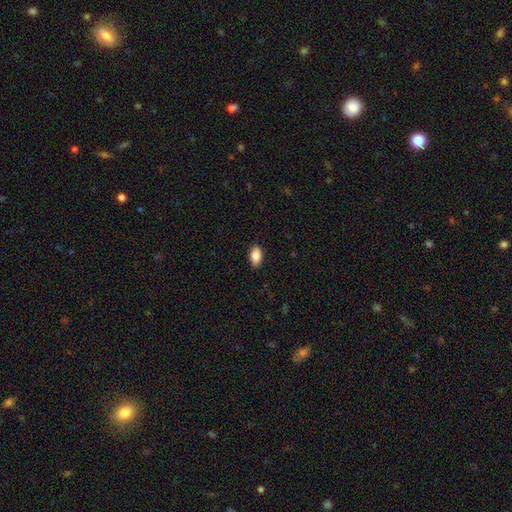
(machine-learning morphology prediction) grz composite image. It shows a smooth galaxy with no disk features (87%) that is in between round and cigar-shaped (90%). Merging: none (88%).